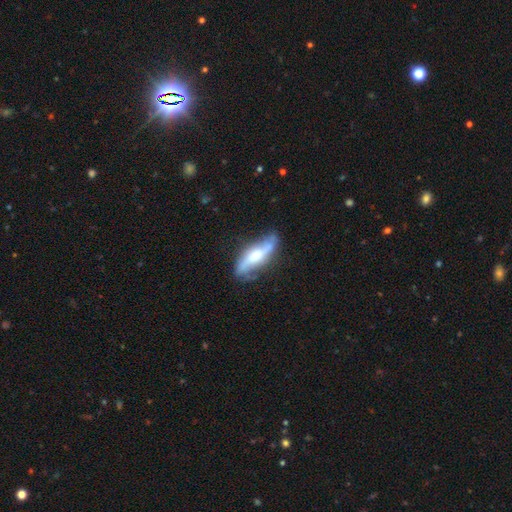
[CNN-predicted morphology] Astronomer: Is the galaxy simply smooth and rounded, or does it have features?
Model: featured or disk — 63%.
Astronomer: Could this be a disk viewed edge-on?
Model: no — 59% (runner-up: yes, 41%).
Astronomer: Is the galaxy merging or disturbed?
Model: none — 68%.